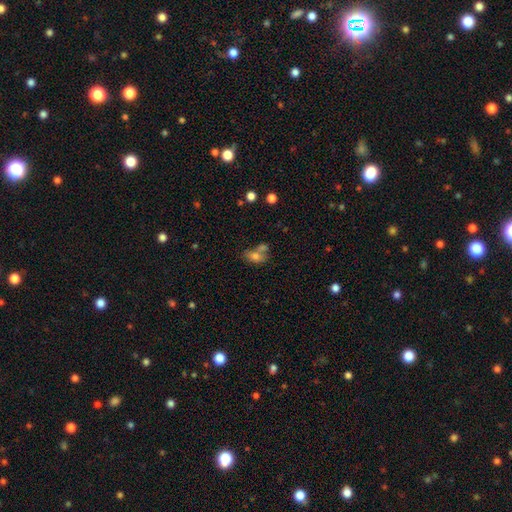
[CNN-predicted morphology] Q: Smooth or featured?
A: smooth (71%); runner-up: featured or disk (16%)
Q: How rounded?
A: in between (75%); runner-up: round (22%)
Q: Merging?
A: merger (41%); runner-up: none (38%)